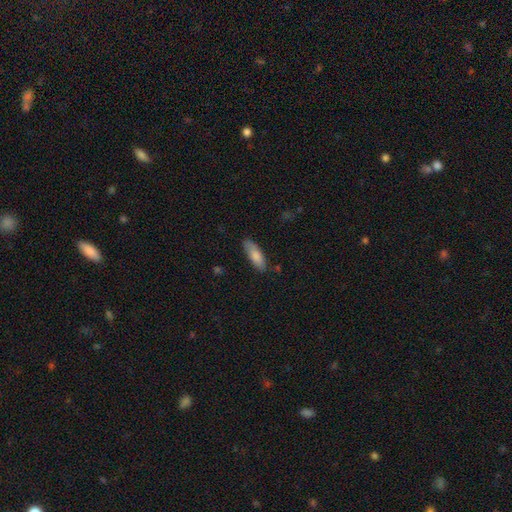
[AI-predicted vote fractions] Smooth or featured? Predicted: smooth (p=0.82). How rounded? Predicted: in between (p=0.55). Merging? Predicted: none (p=0.80).